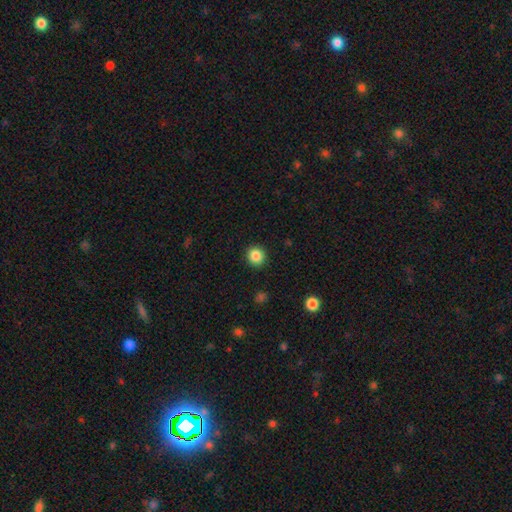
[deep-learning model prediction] Smooth or featured?
  - smooth: 86% *
  - star or artifact: 10%
  - featured or disk: 3%
How rounded?
  - round: 92% *
  - in between: 7%
  - cigar-shaped: 1%
Merging?
  - none: 92% *
  - minor disturbance: 5%
  - major disturbance: 2%
  - merger: 1%